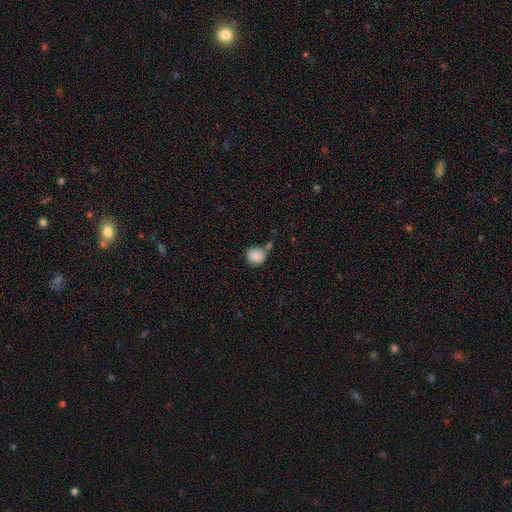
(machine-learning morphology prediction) Smooth or featured: smooth — 86% (star or artifact — 8%)
How rounded: round — 86% (in between — 13%)
Merging: none — 60% (merger — 19%)